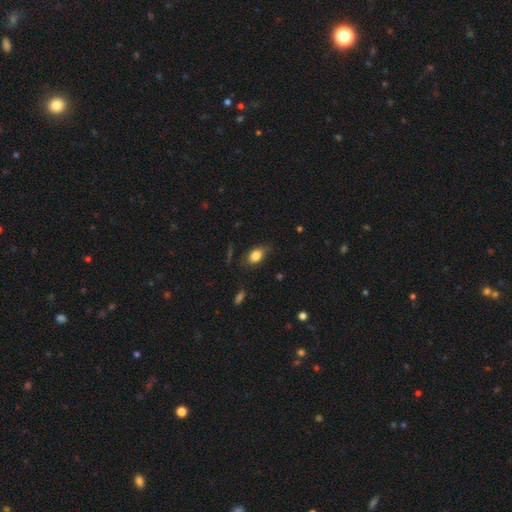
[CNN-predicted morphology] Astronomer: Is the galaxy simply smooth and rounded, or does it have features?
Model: smooth — 81%.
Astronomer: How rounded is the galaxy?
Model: in between — 80%.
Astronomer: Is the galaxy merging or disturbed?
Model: none — 68%.